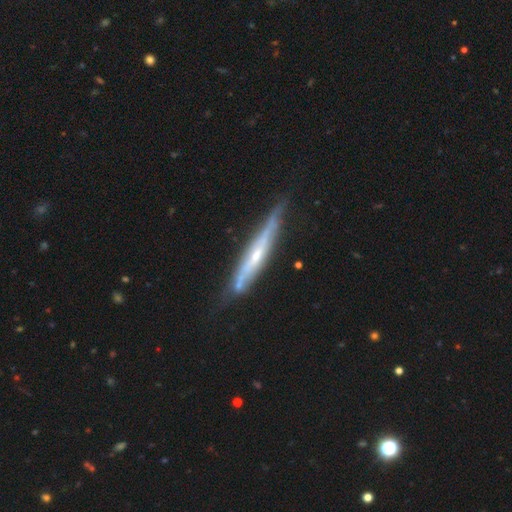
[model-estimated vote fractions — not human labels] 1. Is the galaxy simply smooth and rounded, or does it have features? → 75% featured or disk, 19% smooth, 6% star or artifact.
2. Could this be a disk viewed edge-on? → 86% yes, 14% no.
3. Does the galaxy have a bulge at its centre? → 55% rounded, 39% none, 6% boxy.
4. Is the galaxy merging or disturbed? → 69% none, 23% minor disturbance, 4% major disturbance, 3% merger.